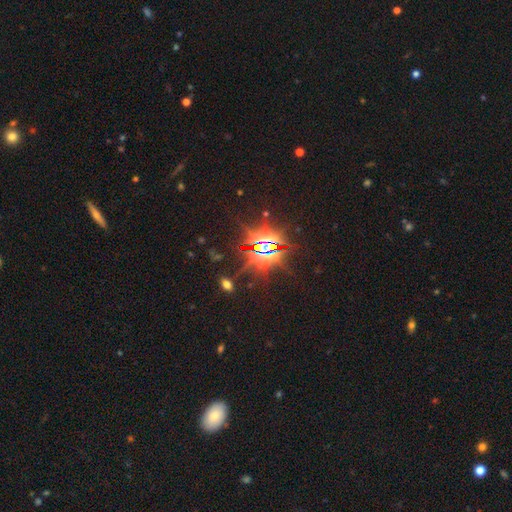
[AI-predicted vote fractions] Smooth or featured? Predicted: star or artifact (p=0.84).